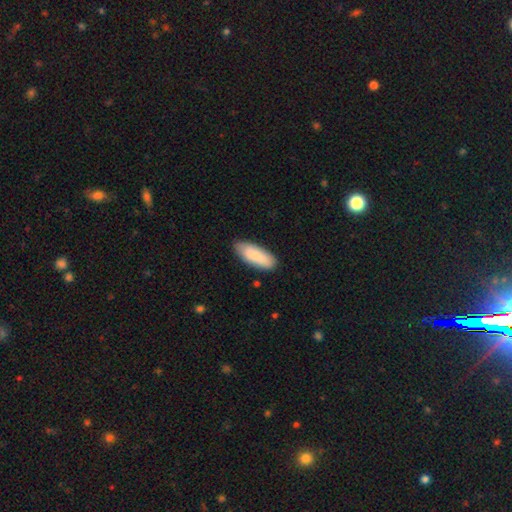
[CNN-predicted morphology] This appears to be a smooth galaxy with no disk features (87%) that is in between round and cigar-shaped (74%). Merging: none (82%).